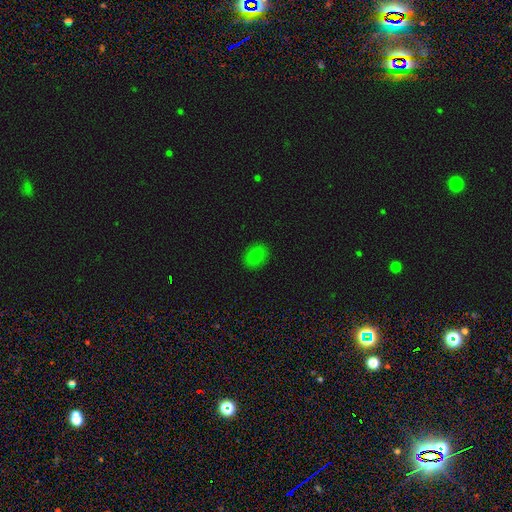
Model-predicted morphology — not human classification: type=smooth (81%); roundness=in between (64%); merging=none (87%).